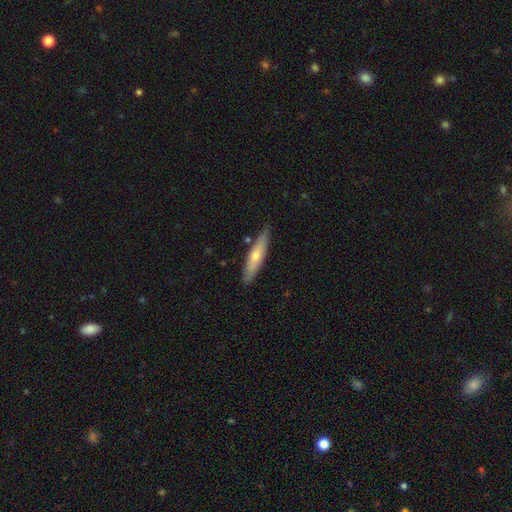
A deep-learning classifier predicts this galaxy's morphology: Smooth or featured? Predicted: smooth (p=0.47). Merging? Predicted: none (p=0.87).